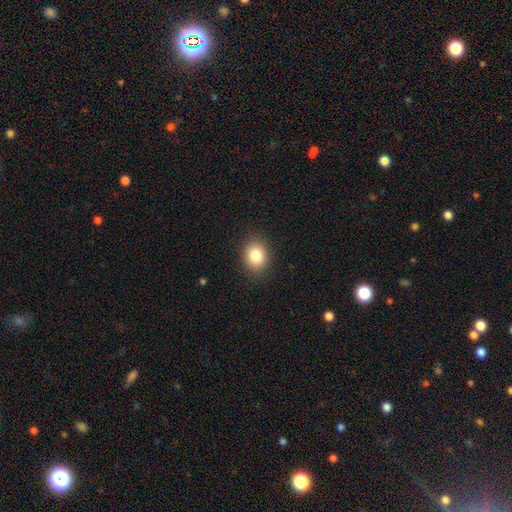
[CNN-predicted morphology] Smooth or featured?
  - smooth: 84% *
  - star or artifact: 10%
  - featured or disk: 6%
How rounded?
  - round: 53% *
  - in between: 47%
  - cigar-shaped: 1%
Merging?
  - none: 89% *
  - minor disturbance: 8%
  - major disturbance: 2%
  - merger: 1%